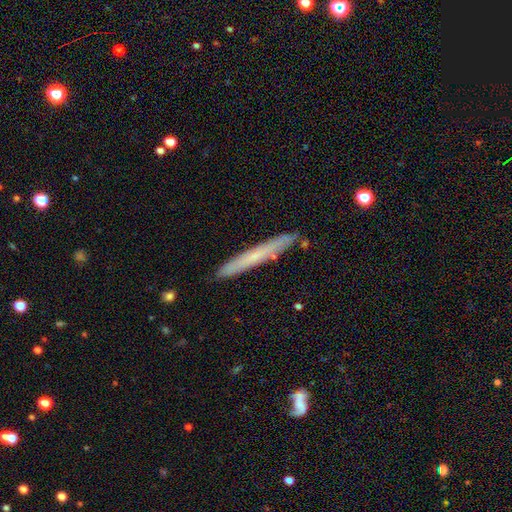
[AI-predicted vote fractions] Smooth or featured? Predicted: smooth (p=0.54). How rounded? Predicted: cigar-shaped (p=0.96). Merging? Predicted: none (p=0.88).